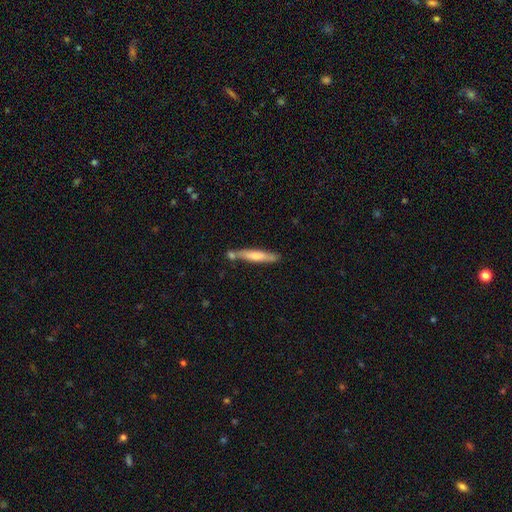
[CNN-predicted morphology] A smooth galaxy with no disk features (60%) that is cigar-shaped (90%). Merging: none (62%).